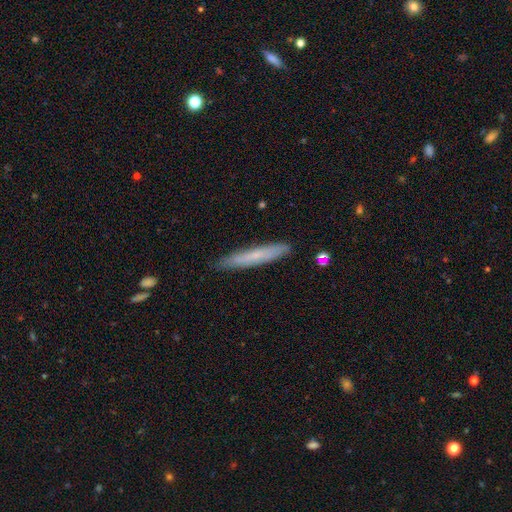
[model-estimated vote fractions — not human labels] Smooth or featured? Predicted: smooth (p=0.63). How rounded? Predicted: cigar-shaped (p=0.94). Merging? Predicted: none (p=0.87).